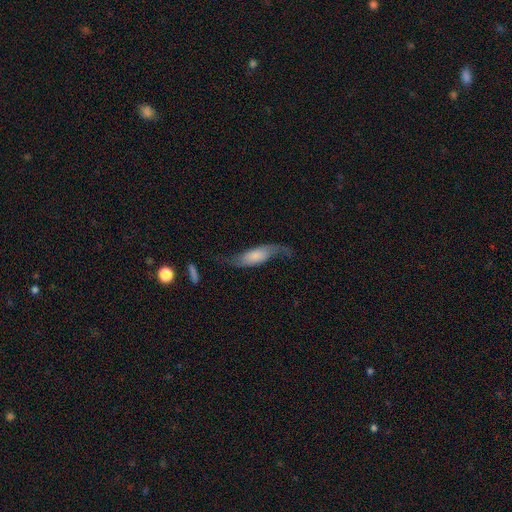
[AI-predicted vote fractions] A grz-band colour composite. It shows a featured or disk galaxy (56%). Merging: none (54%).